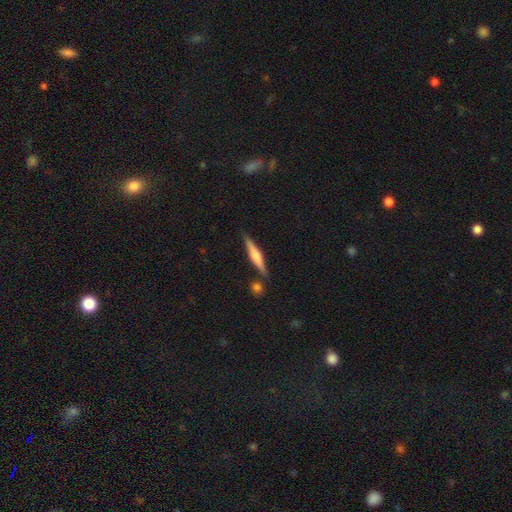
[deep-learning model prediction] Morphology: type=featured or disk (52%); edge-on=yes (97%); edge-on bulge=rounded (61%); merging=none (82%).